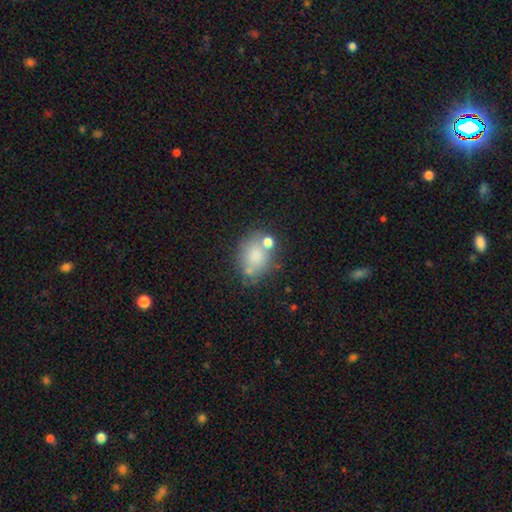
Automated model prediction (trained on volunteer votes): A smooth galaxy with no disk features (70%) that is in between round and cigar-shaped (57%).

Vote fractions:
- Smooth or featured? smooth: 70% / featured or disk: 18% / star or artifact: 12%
- How rounded? in between: 57% / round: 42% / cigar-shaped: 1%
- Merging? none: 52% / merger: 21% / minor disturbance: 19% / major disturbance: 9%